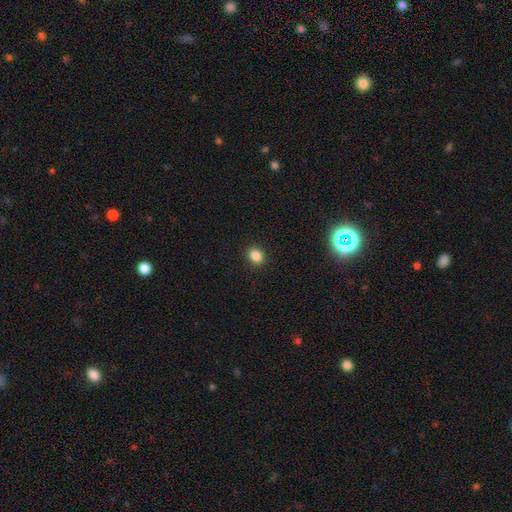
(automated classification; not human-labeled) A smooth galaxy with no disk features (85%) that is round (53%). Merging: none (91%).